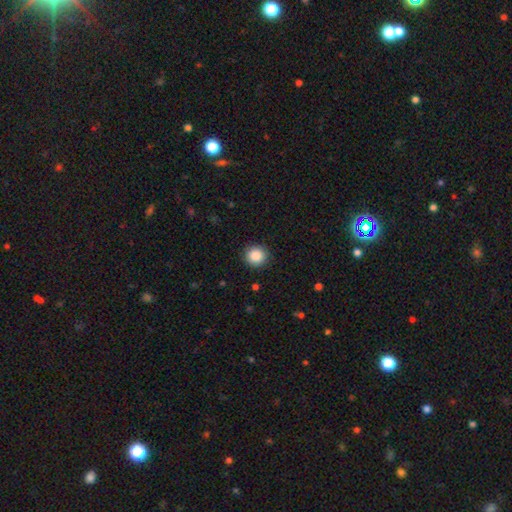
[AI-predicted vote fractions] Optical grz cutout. It shows a smooth galaxy with no disk features (88%) that is round (93%). Merging: none (91%).